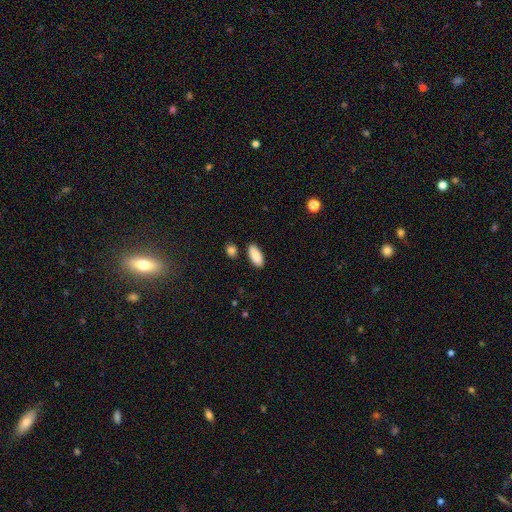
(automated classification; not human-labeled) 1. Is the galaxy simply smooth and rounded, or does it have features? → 89% smooth, 6% star or artifact, 5% featured or disk.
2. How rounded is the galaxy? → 86% in between, 12% cigar-shaped, 2% round.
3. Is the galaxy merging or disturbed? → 85% none, 9% minor disturbance, 4% merger, 2% major disturbance.